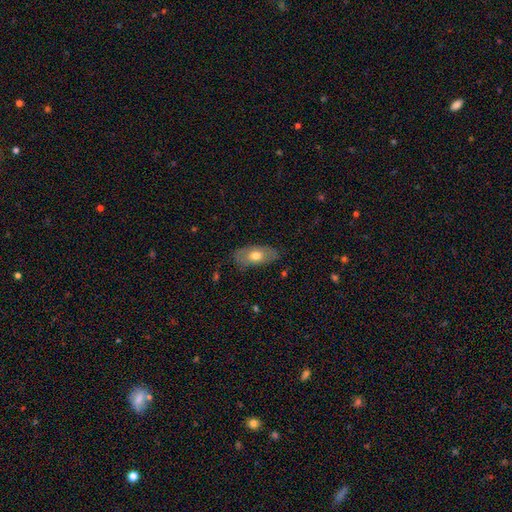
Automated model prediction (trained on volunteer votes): Overall: smooth (66%; featured or disk 28%). How rounded: in between (89%). Merging: none (77%).